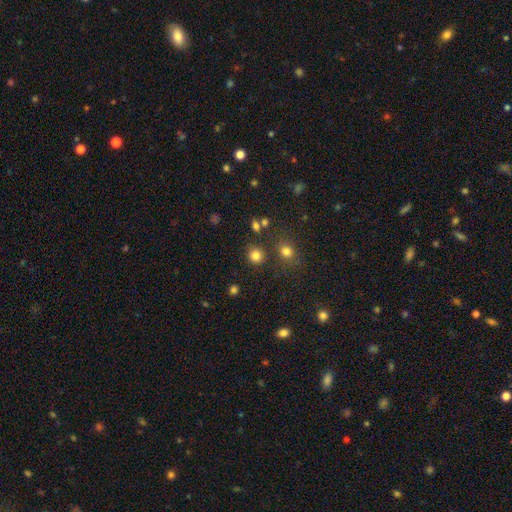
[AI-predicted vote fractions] smooth_or_featured: smooth (p=0.81) [alt: star or artifact p=0.14]
how_rounded: round (p=0.90) [alt: in between p=0.09]
merging: none (p=0.82) [alt: minor disturbance p=0.08]